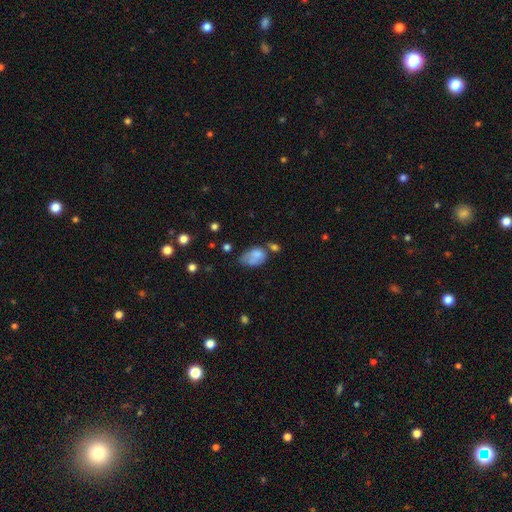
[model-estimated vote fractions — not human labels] Smooth or featured?
  - smooth: 73% *
  - featured or disk: 18%
  - star or artifact: 9%
How rounded?
  - in between: 85% *
  - round: 14%
  - cigar-shaped: 1%
Merging?
  - minor disturbance: 33% *
  - none: 29%
  - merger: 19%
  - major disturbance: 19%